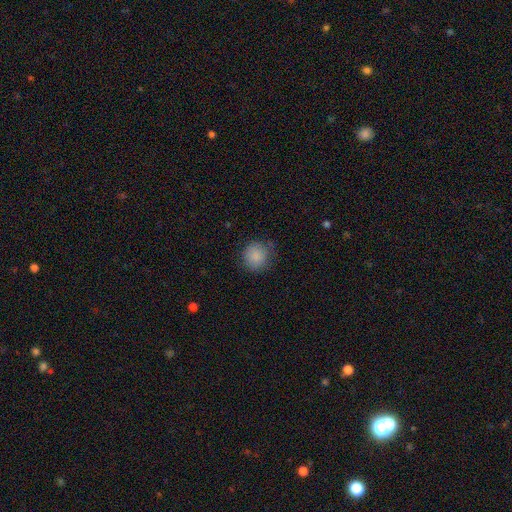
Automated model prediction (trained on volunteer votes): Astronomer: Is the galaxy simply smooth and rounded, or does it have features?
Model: smooth — 87%.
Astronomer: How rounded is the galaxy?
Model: round — 92%.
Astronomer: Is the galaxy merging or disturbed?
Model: none — 80%.